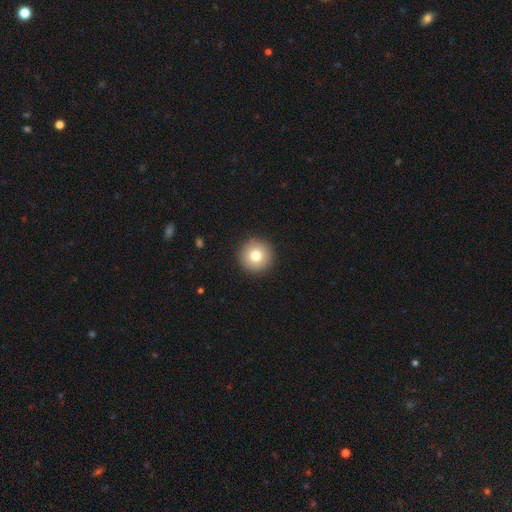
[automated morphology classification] This appears to be a smooth galaxy with no disk features (77%) that is round (96%). Merging: none (93%).